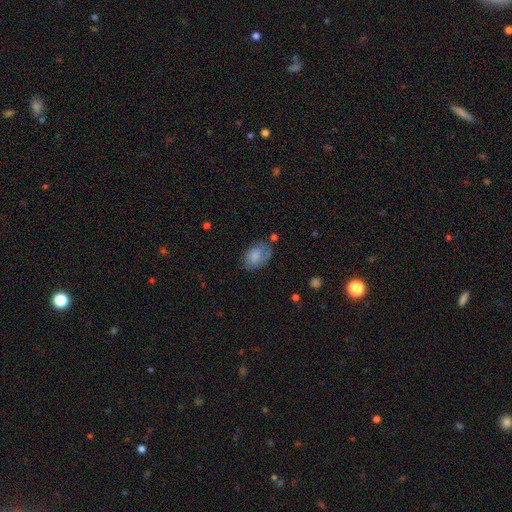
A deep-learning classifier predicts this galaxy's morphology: Smooth or featured? smooth (73%)
How rounded? in between (86%)
Merging? none (55%)